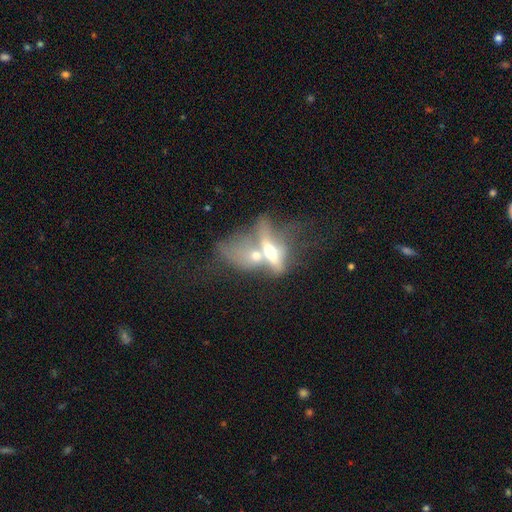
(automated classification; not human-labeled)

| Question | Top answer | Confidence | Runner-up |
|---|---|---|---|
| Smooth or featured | featured or disk | 51% | smooth (38%) |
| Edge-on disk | no | 59% | yes (41%) |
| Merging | merger | 67% | major disturbance (16%) |